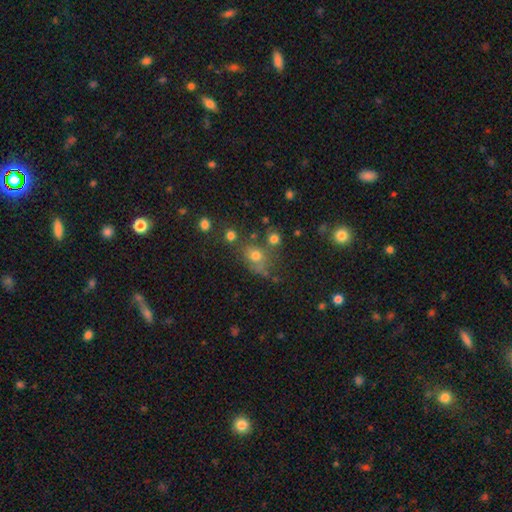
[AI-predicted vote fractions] This is likely a smooth galaxy (69%). How rounded: possibly round (54%). Merging: possibly none (54%).